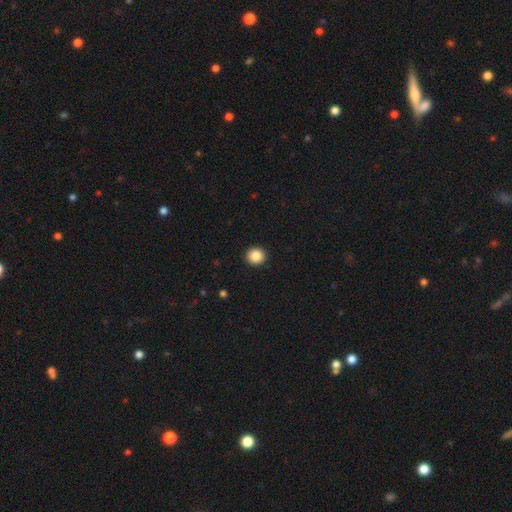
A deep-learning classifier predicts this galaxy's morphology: A smooth galaxy with no disk features (87%) that is round (92%). Merging: none (93%).